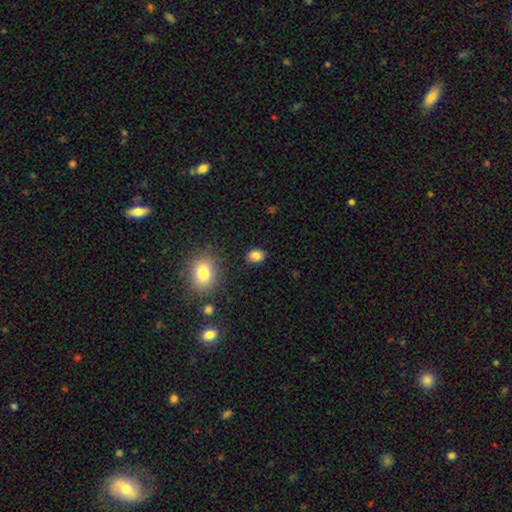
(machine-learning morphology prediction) This is clearly a smooth galaxy (84%). How rounded: likely in between (62%). Merging: clearly none (86%).